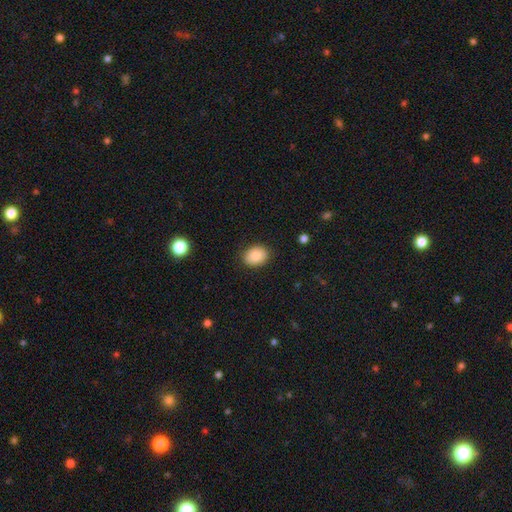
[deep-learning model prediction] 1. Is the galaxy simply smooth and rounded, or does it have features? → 87% smooth, 8% star or artifact, 6% featured or disk.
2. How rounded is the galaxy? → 67% in between, 32% round, 1% cigar-shaped.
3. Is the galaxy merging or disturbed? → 85% none, 11% minor disturbance, 3% major disturbance, 1% merger.